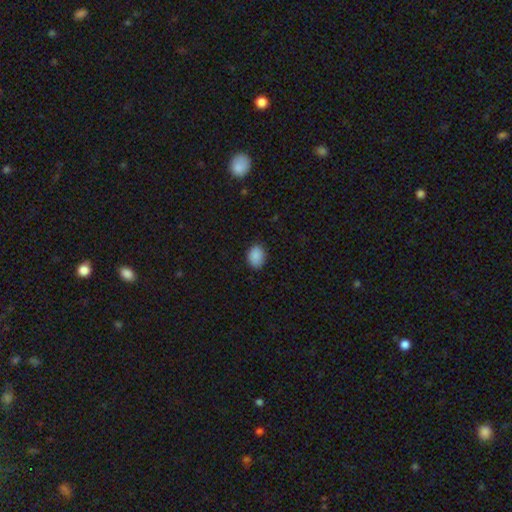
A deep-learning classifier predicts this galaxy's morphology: This appears to be a smooth galaxy with no disk features (89%) that is in between round and cigar-shaped (70%). Merging: none (84%).